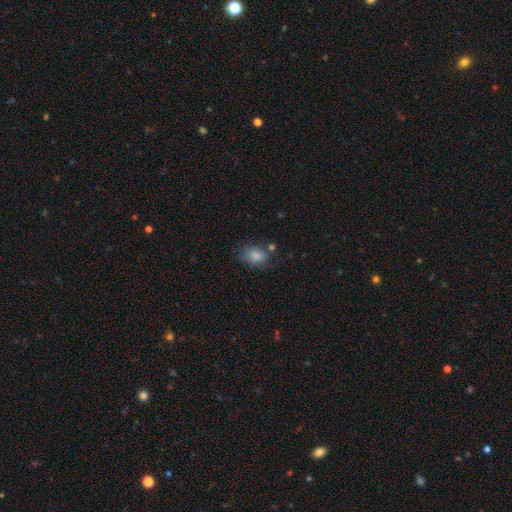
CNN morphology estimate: Smooth or featured?
  - smooth: 82% *
  - star or artifact: 9%
  - featured or disk: 9%
How rounded?
  - in between: 63% *
  - round: 36%
  - cigar-shaped: 1%
Merging?
  - none: 62% *
  - minor disturbance: 22%
  - merger: 9%
  - major disturbance: 8%